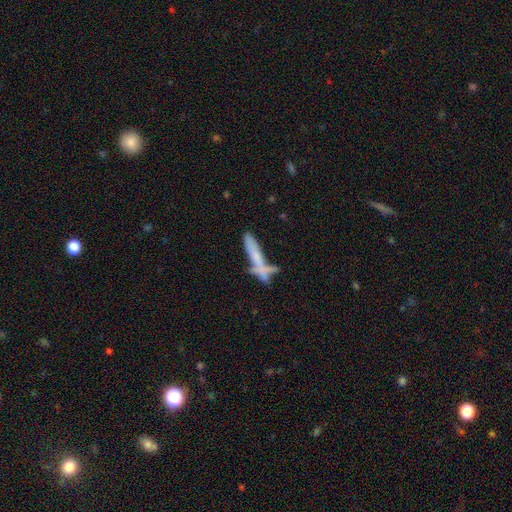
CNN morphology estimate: smooth 57%, featured or disk 33%, star or artifact 10%. Down the decision tree: how rounded — cigar-shaped (84%); merging — none (41%).